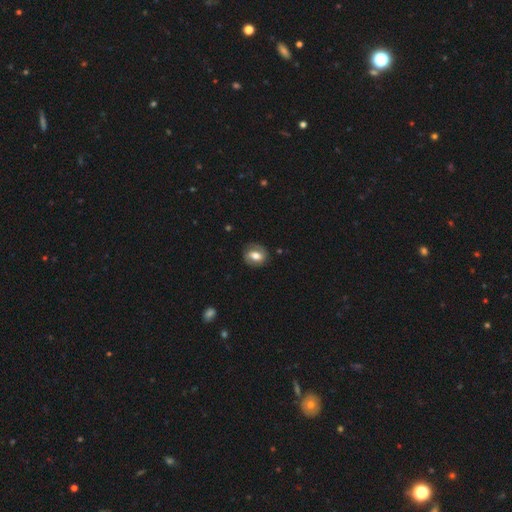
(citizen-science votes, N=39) Overall: smooth (54%; featured or disk 36%). How rounded: in between (71%). Merging: none (91%).